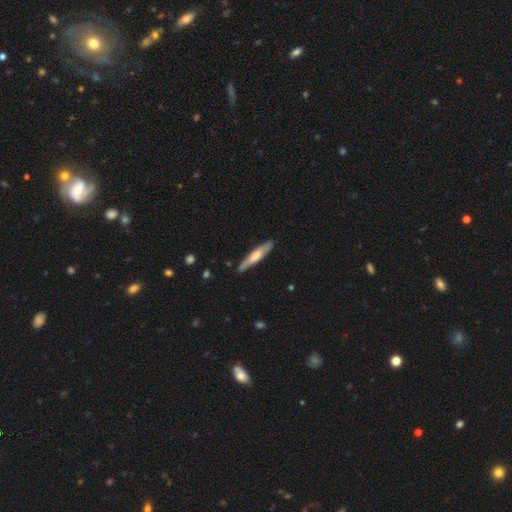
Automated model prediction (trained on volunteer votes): smooth_or_featured: smooth (p=0.55) [alt: featured or disk p=0.41]
how_rounded: cigar-shaped (p=0.89) [alt: in between p=0.10]
merging: none (p=0.85) [alt: minor disturbance p=0.12]